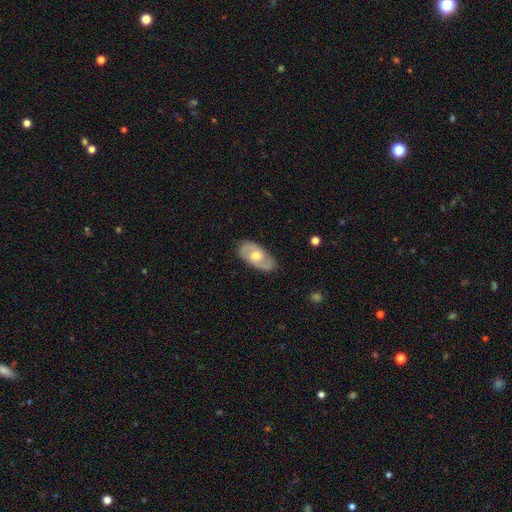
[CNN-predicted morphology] smooth_or_featured: featured or disk (p=0.72) [alt: smooth p=0.23]
disk_edge_on: no (p=0.92) [alt: yes p=0.08]
bar: no (p=0.66) [alt: weak p=0.28]
has_spiral_arms: yes (p=0.79) [alt: no p=0.21]
spiral_winding: medium (p=0.46) [alt: tight p=0.35]
spiral_arm_count: 2 (p=0.83) [alt: can't tell p=0.11]
bulge_size: moderate (p=0.74) [alt: small p=0.17]
merging: none (p=0.82) [alt: minor disturbance p=0.13]